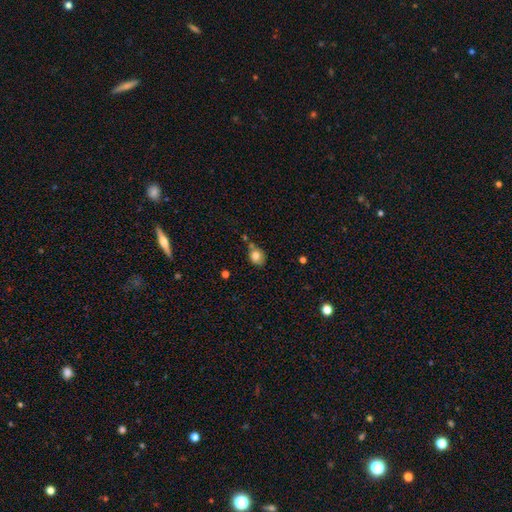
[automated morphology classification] Smooth or featured: smooth — 81% (star or artifact — 10%)
How rounded: round — 55% (in between — 44%)
Merging: none — 59% (minor disturbance — 23%)